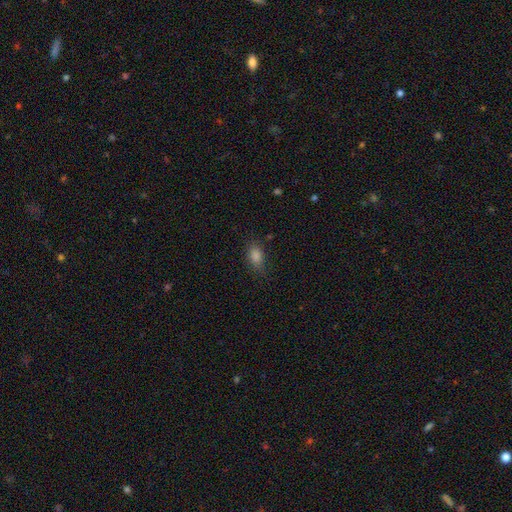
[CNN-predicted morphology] Overall: smooth (79%). How rounded: in between (82%). Merging: none (76%).